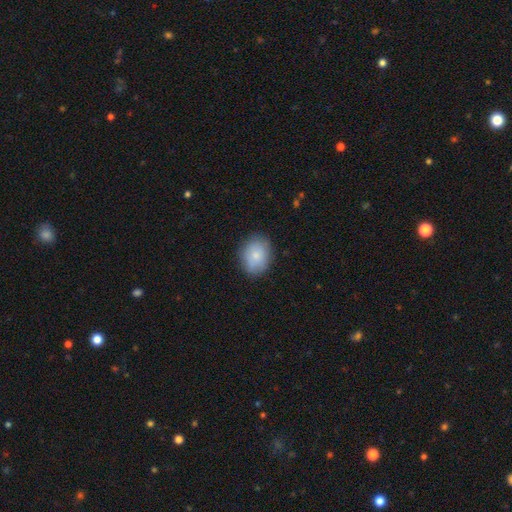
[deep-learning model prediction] smooth-or-featured: smooth: 81% | featured or disk: 11% | star or artifact: 7%
  how-rounded: in between: 51% | round: 48% | cigar-shaped: 1%
  merging: none: 83% | minor disturbance: 13% | major disturbance: 3% | merger: 1%